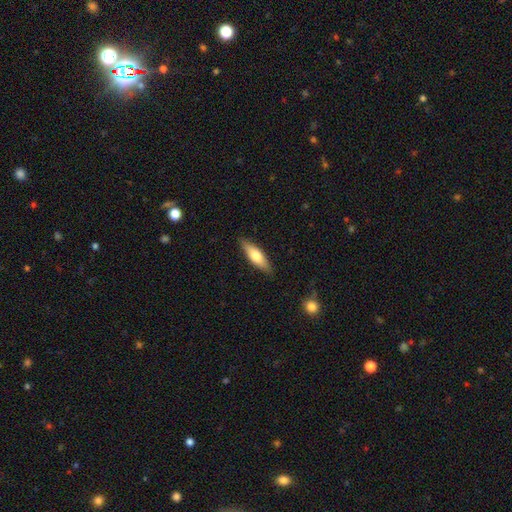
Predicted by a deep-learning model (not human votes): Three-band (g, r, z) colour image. It shows a smooth galaxy with no disk features (64%) that is cigar-shaped (51%). Merging: none (86%).